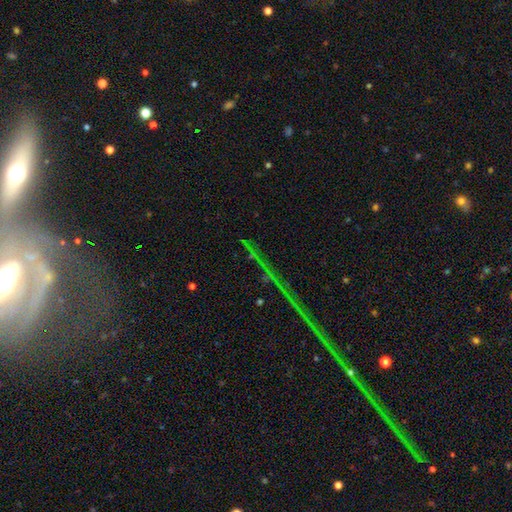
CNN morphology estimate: A star or artifact, not a galaxy (80%).